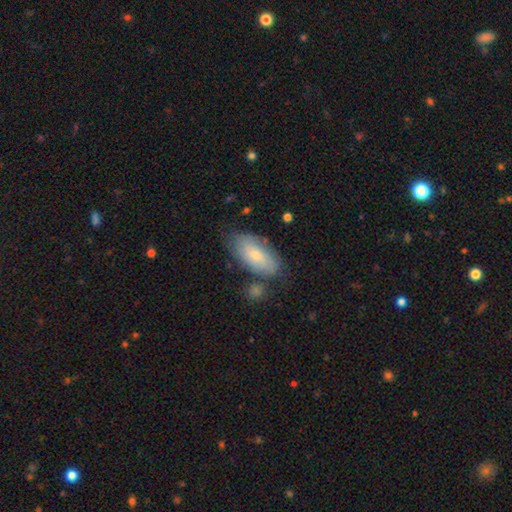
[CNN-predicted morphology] Smooth or featured: smooth — 70% (featured or disk — 24%)
How rounded: in between — 91% (cigar-shaped — 6%)
Merging: none — 67% (minor disturbance — 21%)